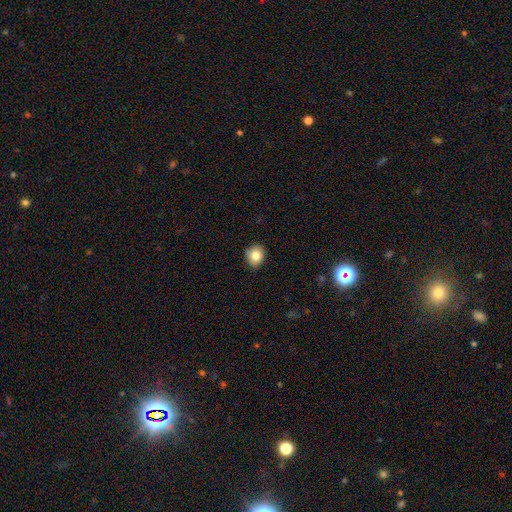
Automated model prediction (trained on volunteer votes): Overall: smooth (82%). How rounded: round (72%). Merging: none (83%).